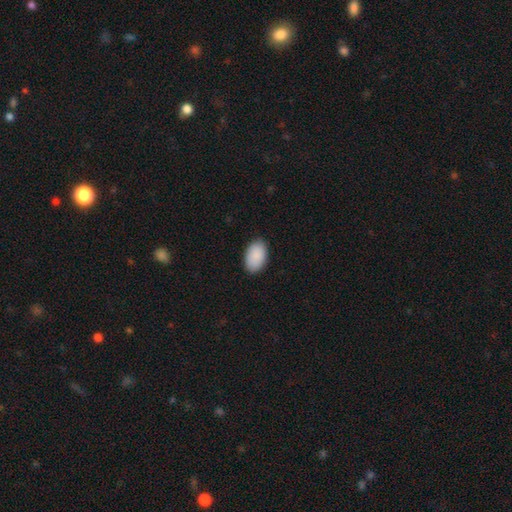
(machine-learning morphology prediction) smooth-or-featured: smooth: 91% | star or artifact: 6% | featured or disk: 4%
  how-rounded: in between: 93% | round: 6% | cigar-shaped: 1%
  merging: none: 87% | minor disturbance: 10% | major disturbance: 2% | merger: 1%